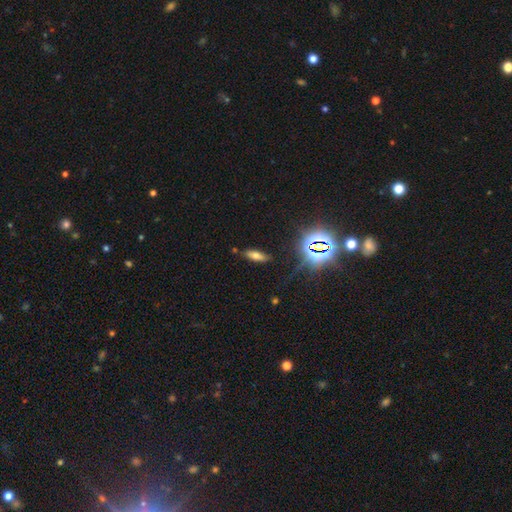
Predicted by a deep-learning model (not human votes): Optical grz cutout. It shows a smooth galaxy with no disk features (59%) that is in between round and cigar-shaped (63%). Merging: none (82%).